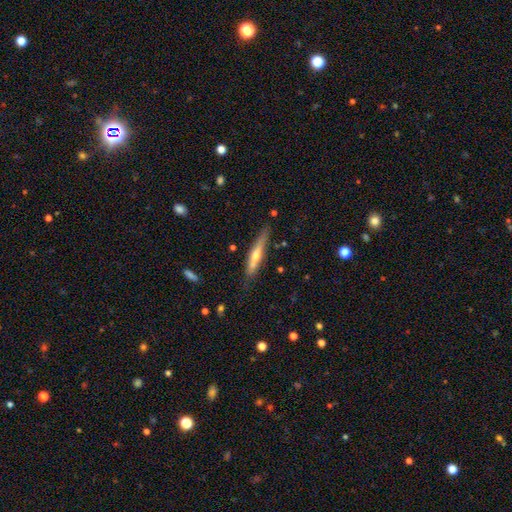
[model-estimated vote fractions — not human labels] This appears to be a featured or disk galaxy (59%) viewed edge-on (93%) with a rounded central bulge (82%). Merging: none (78%).